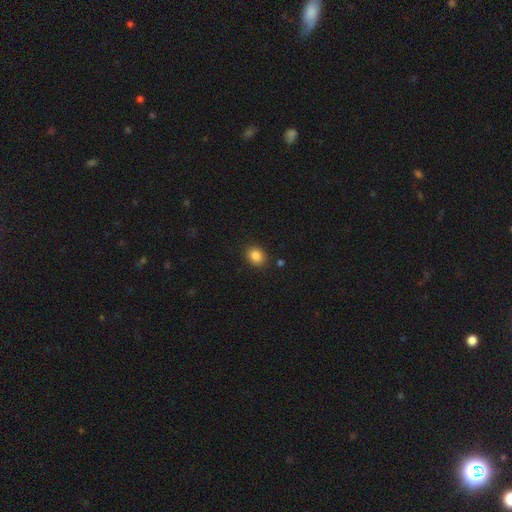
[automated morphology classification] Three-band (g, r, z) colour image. It shows a smooth galaxy with no disk features (86%) that is round (58%). Merging: none (88%).